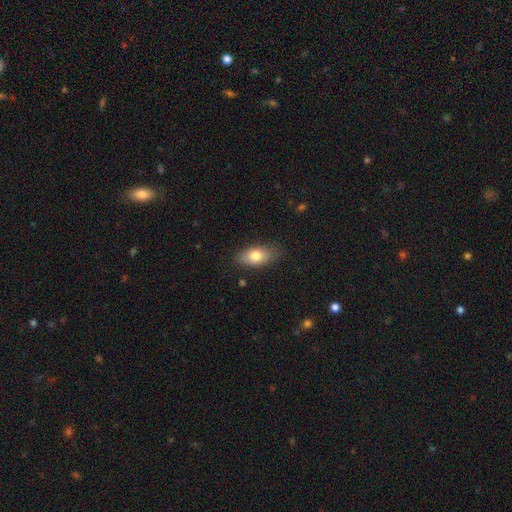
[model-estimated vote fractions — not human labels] smooth-or-featured: smooth: 77% | featured or disk: 16% | star or artifact: 7%
  how-rounded: in between: 88% | cigar-shaped: 6% | round: 6%
  merging: none: 81% | minor disturbance: 15% | major disturbance: 3% | merger: 1%